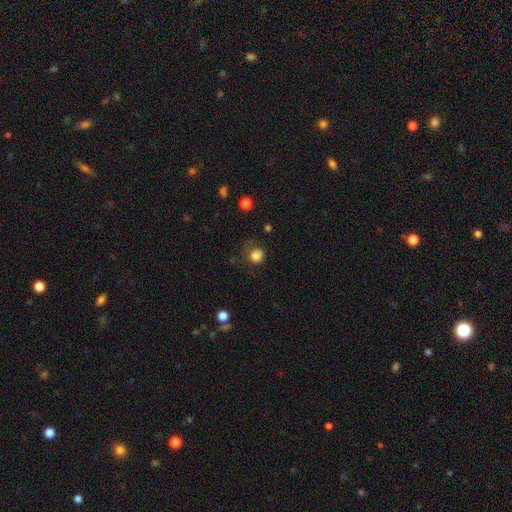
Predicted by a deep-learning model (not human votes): Q: Smooth or featured?
A: smooth (83%); runner-up: star or artifact (11%)
Q: How rounded?
A: round (85%); runner-up: in between (14%)
Q: Merging?
A: none (62%); runner-up: minor disturbance (22%)